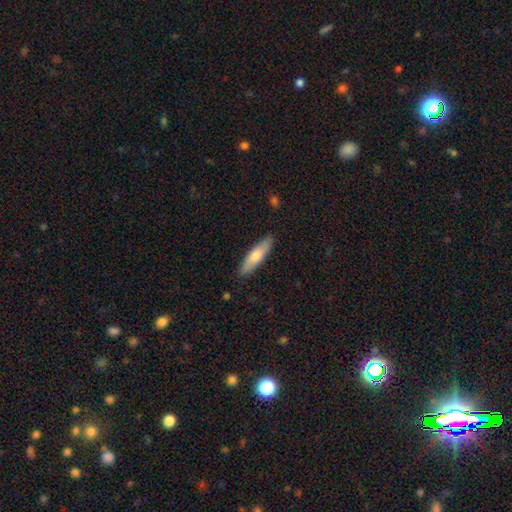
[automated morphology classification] type=smooth (72%); roundness=cigar-shaped (70%); merging=none (88%).